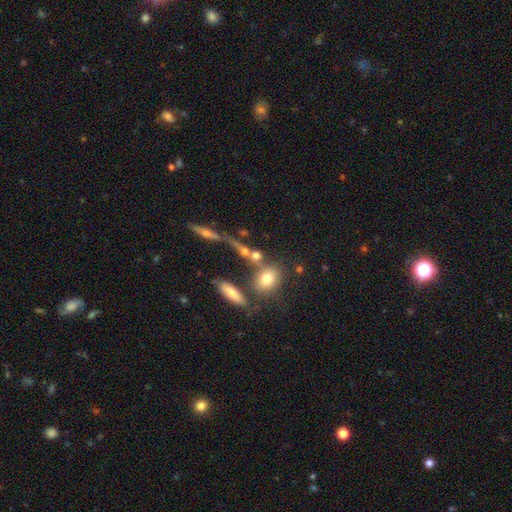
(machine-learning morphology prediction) Smooth or featured?
  - smooth: 66% *
  - featured or disk: 19%
  - star or artifact: 15%
How rounded?
  - round: 45% *
  - in between: 44%
  - cigar-shaped: 11%
Merging?
  - none: 47% *
  - merger: 32%
  - minor disturbance: 12%
  - major disturbance: 9%